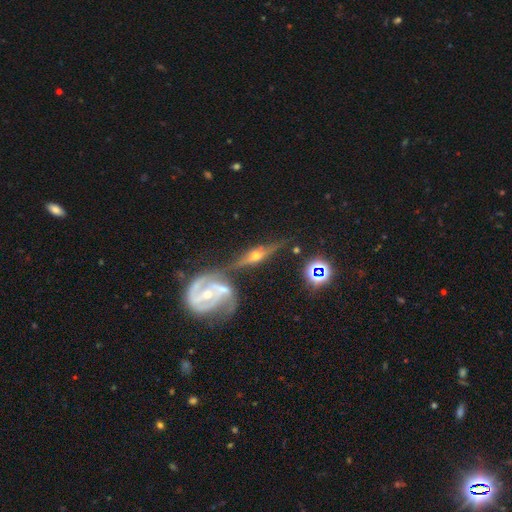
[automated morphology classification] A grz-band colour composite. It shows a featured or disk galaxy (81%) viewed edge-on (79%) with a rounded central bulge (93%). Merging: none (53%).